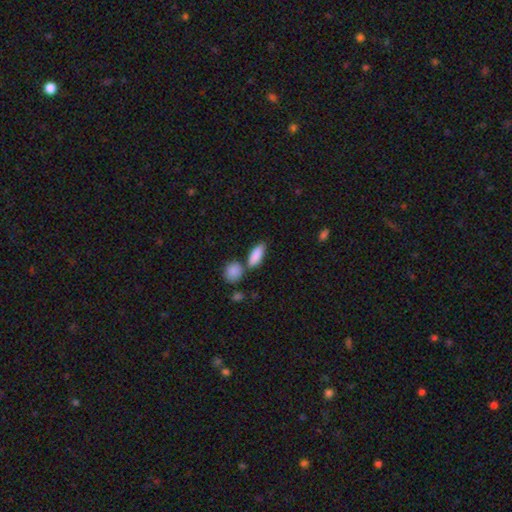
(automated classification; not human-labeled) smooth_or_featured: smooth (p=0.87) [alt: featured or disk p=0.06]
how_rounded: in between (p=0.72) [alt: cigar-shaped p=0.24]
merging: none (p=0.64) [alt: merger p=0.19]